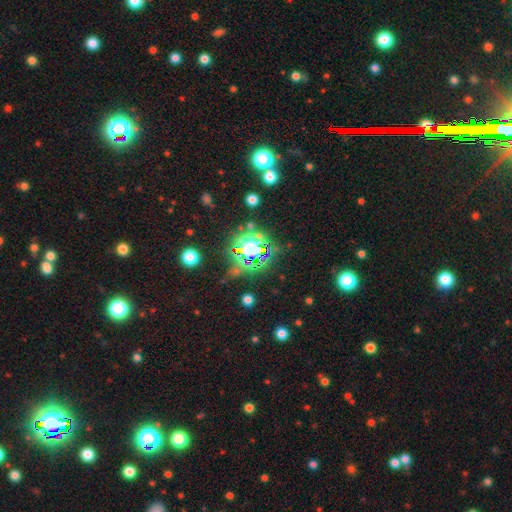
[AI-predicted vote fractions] A star or artifact, not a galaxy (79%).